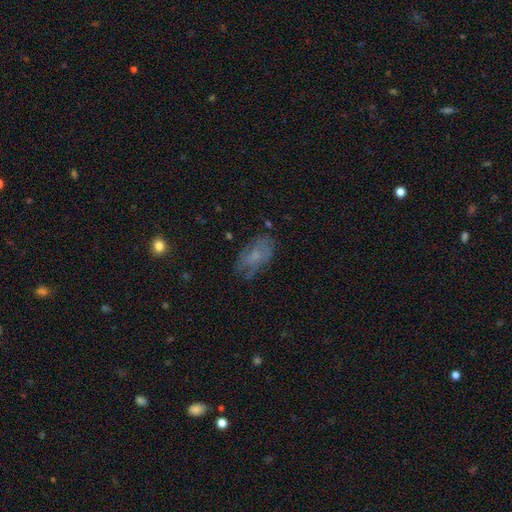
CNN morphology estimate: Overall: smooth (46%; featured or disk 43%). Merging: none (60%; minor disturbance 25%).